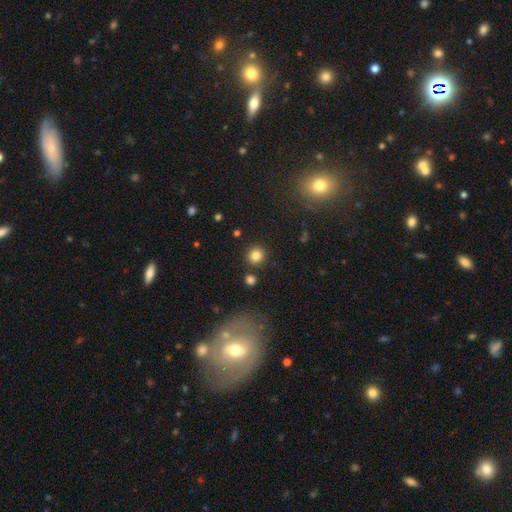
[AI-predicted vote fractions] smooth-or-featured: smooth: 83% | star or artifact: 12% | featured or disk: 5%
  how-rounded: round: 92% | in between: 7% | cigar-shaped: 1%
  merging: none: 87% | minor disturbance: 6% | merger: 4% | major disturbance: 3%